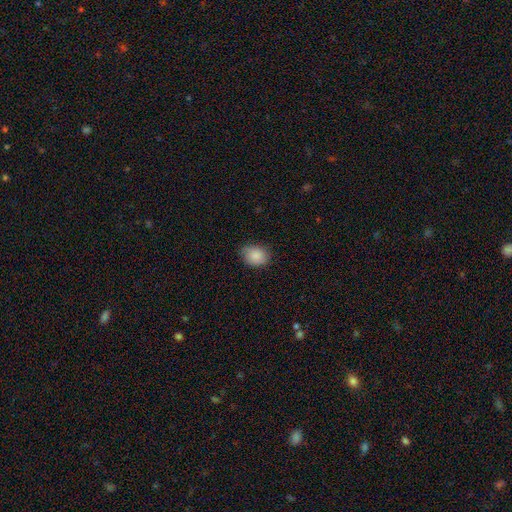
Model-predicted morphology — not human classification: This is clearly a smooth galaxy (85%). How rounded: possibly in between (59%). Merging: likely none (74%).